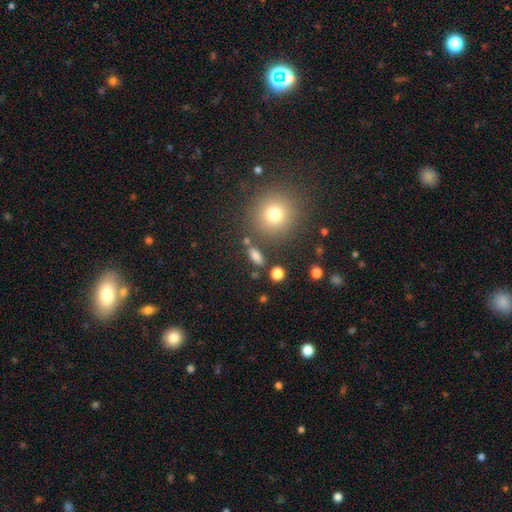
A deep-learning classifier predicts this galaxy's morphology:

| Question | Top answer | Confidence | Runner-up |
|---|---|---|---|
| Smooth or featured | smooth | 77% | star or artifact (13%) |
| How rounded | in between | 64% | cigar-shaped (22%) |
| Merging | none | 78% | minor disturbance (10%) |